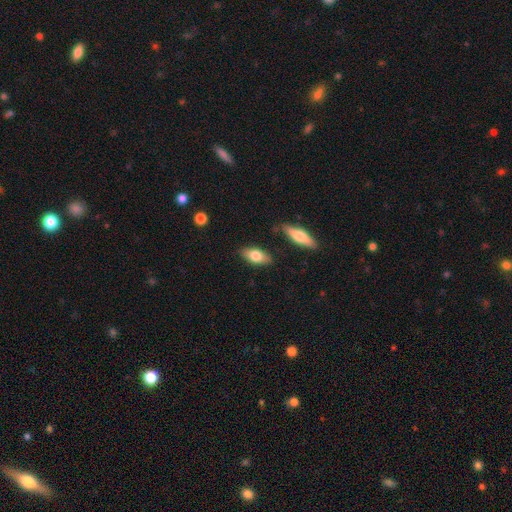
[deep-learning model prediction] The model was most divided on "smooth or featured": smooth: 74%, featured or disk: 20%, star or artifact: 6%. More confident: how rounded — in between (83%); merging — none (82%).